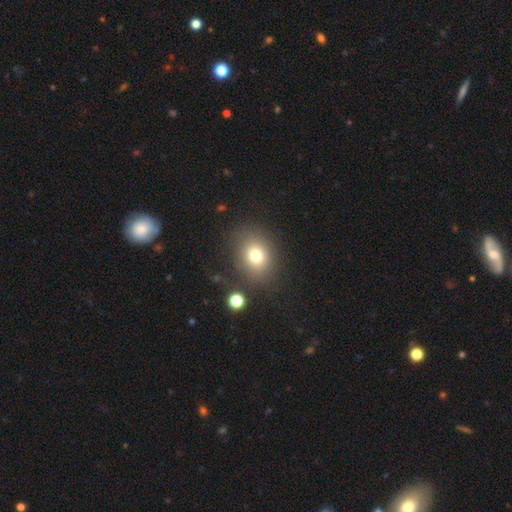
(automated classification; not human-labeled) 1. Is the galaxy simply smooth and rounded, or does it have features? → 76% smooth, 14% star or artifact, 11% featured or disk.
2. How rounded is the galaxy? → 55% round, 44% in between, 1% cigar-shaped.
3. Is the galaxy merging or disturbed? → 80% none, 11% minor disturbance, 5% major disturbance, 4% merger.